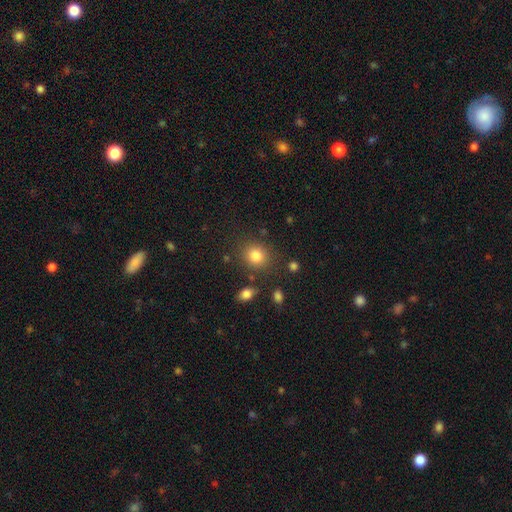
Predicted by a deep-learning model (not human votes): This is clearly a smooth galaxy (83%). How rounded: likely round (75%). Merging: clearly none (80%).